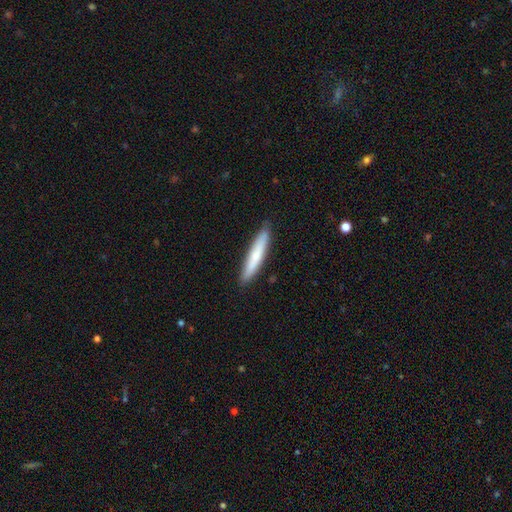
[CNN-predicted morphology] The model was most divided on "smooth or featured": smooth: 68%, featured or disk: 26%, star or artifact: 5%. More confident: how rounded — cigar-shaped (92%); merging — none (88%).